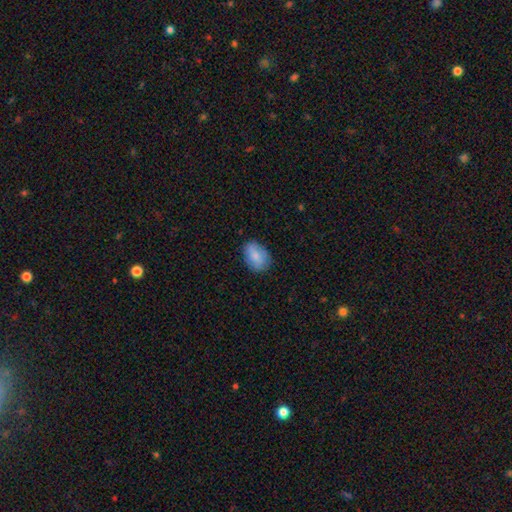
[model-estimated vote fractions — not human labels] A smooth galaxy with no disk features (79%) that is in between round and cigar-shaped (81%). Merging: none (78%).